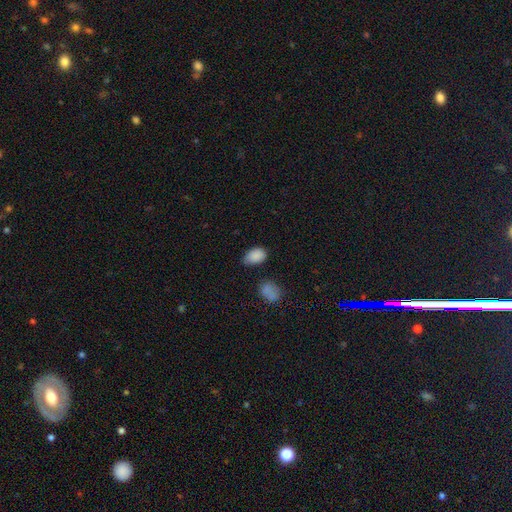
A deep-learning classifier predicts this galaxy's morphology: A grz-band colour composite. It shows a smooth galaxy with no disk features (87%) that is in between round and cigar-shaped (86%). Merging: none (61%).